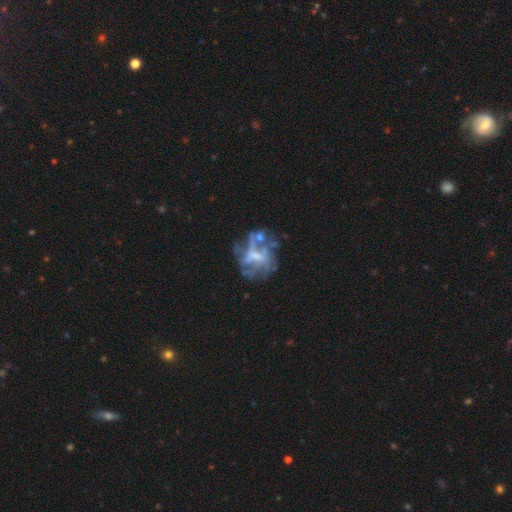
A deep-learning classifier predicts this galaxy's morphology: The model was most divided on "bulge size": none: 33%, small: 32%, moderate: 30%, large: 4%, dominant: 1%. Remaining: edge-on disk — no (98%); spiral arms — no (69%); smooth or featured — featured or disk (68%); bar — no (57%); merging — none (38%).